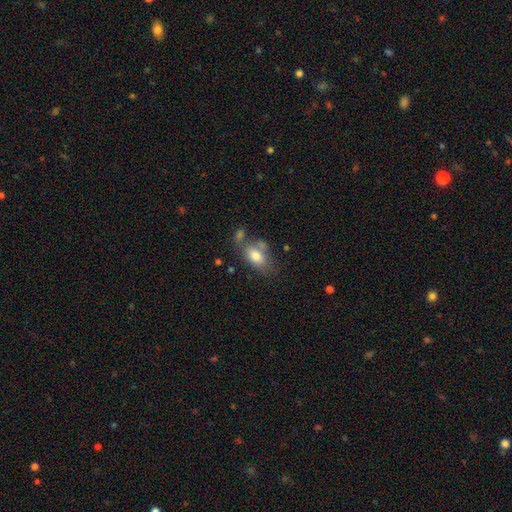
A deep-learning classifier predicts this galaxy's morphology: smooth-or-featured: smooth: 77% | featured or disk: 15% | star or artifact: 8%
  how-rounded: in between: 88% | round: 9% | cigar-shaped: 3%
  merging: none: 49% | minor disturbance: 21% | merger: 21% | major disturbance: 9%